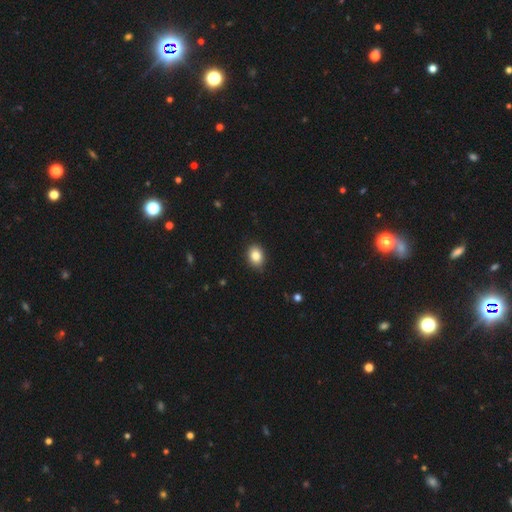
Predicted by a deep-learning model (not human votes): Morphology: type=smooth (85%); roundness=in between (64%); merging=none (87%).